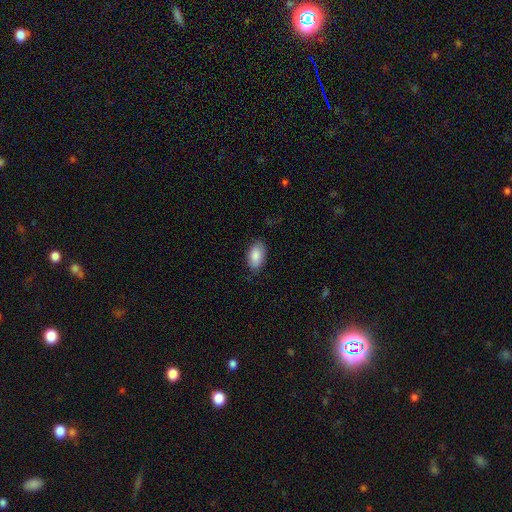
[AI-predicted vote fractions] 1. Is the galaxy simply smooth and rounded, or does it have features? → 86% smooth, 7% featured or disk, 6% star or artifact.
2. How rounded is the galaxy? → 94% in between, 4% round, 2% cigar-shaped.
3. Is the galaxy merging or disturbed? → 80% none, 15% minor disturbance, 3% major disturbance, 1% merger.